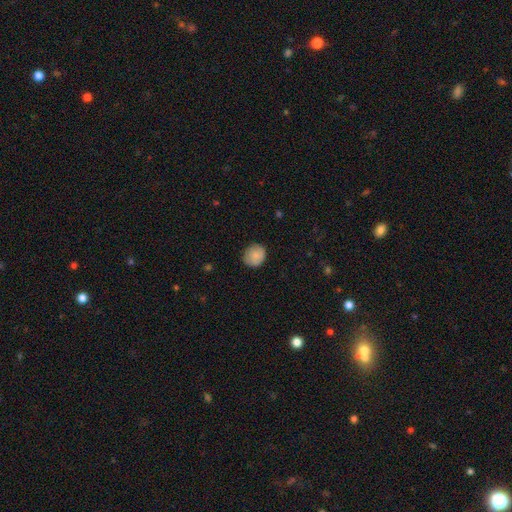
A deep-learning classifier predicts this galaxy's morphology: A smooth galaxy with no disk features (83%) that is round (78%).

Vote fractions:
- Smooth or featured? smooth: 83% / featured or disk: 10% / star or artifact: 7%
- How rounded? round: 78% / in between: 21% / cigar-shaped: 1%
- Merging? none: 80% / minor disturbance: 16% / major disturbance: 3% / merger: 1%